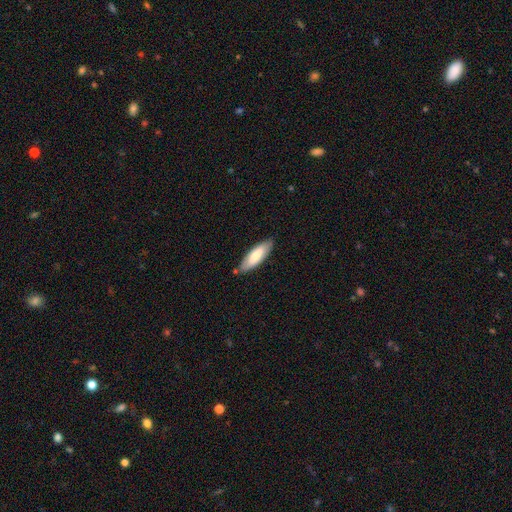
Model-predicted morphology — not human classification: smooth-or-featured: smooth: 73% | featured or disk: 21% | star or artifact: 5%
  how-rounded: in between: 54% | cigar-shaped: 44% | round: 1%
  merging: none: 82% | minor disturbance: 13% | merger: 3% | major disturbance: 2%